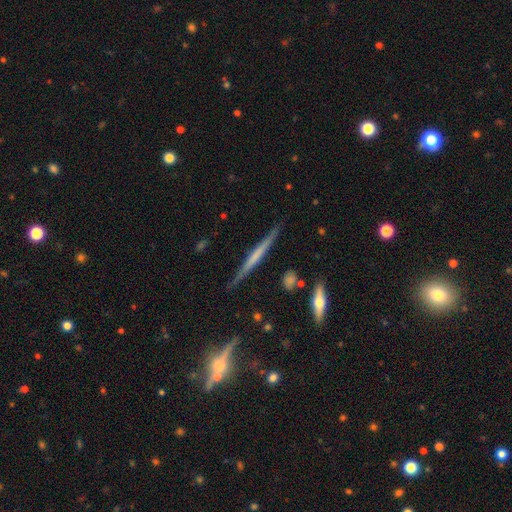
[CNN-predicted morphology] A featured or disk galaxy (60%) viewed edge-on (96%) with no central bulge (66%).

Vote fractions:
- Smooth or featured? featured or disk: 60% / smooth: 33% / star or artifact: 6%
- Edge-on disk? yes: 96% / no: 4%
- Edge-on bulge? none: 66% / rounded: 19% / boxy: 15%
- Merging? none: 83% / minor disturbance: 13% / major disturbance: 2% / merger: 2%